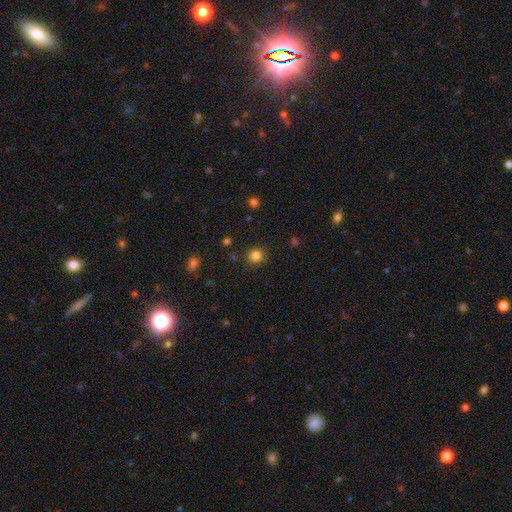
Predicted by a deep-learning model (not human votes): smooth_or_featured: smooth (p=0.83) [alt: star or artifact p=0.13]
how_rounded: round (p=0.90) [alt: in between p=0.09]
merging: none (p=0.89) [alt: minor disturbance p=0.07]